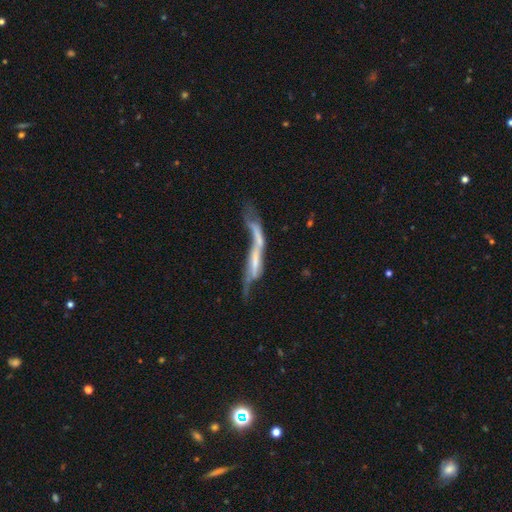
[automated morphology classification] type=featured or disk (64%); edge-on=no (57%); merging=merger (38%).